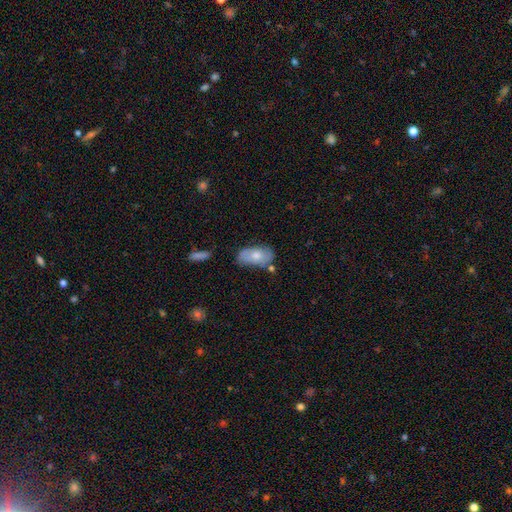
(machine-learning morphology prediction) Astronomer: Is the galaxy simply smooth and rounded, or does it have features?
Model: smooth — 68%.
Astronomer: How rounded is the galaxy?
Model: in between — 92%.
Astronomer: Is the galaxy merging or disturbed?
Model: none — 58%.